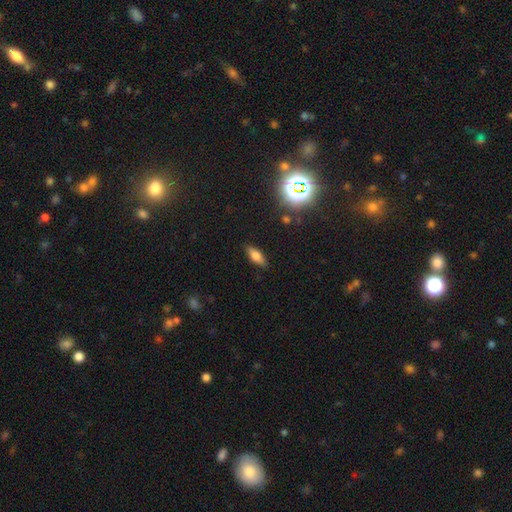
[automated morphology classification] A smooth galaxy with no disk features (63%) that is in between round and cigar-shaped (68%). Merging: none (85%).